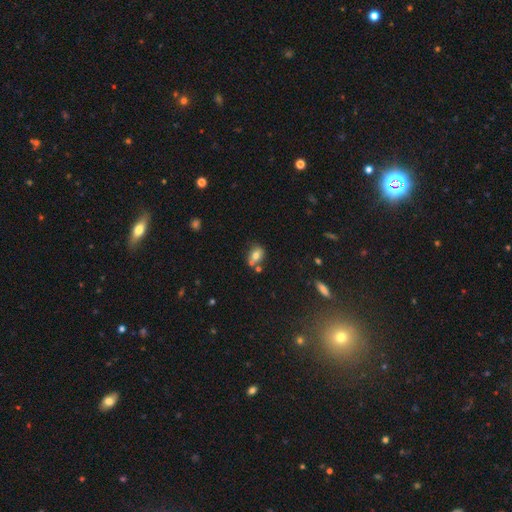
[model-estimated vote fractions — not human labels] Morphology: type=smooth (73%); roundness=in between (52%); merging=none (55%).